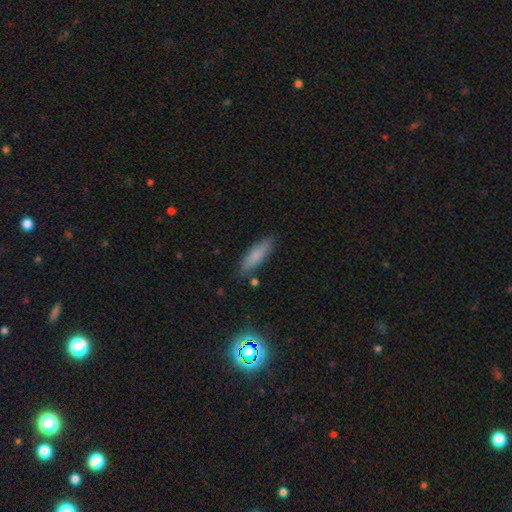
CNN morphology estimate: A smooth galaxy with no disk features (79%) that is cigar-shaped (57%).

Vote fractions:
- Smooth or featured? smooth: 79% / featured or disk: 12% / star or artifact: 9%
- How rounded? cigar-shaped: 57% / in between: 41% / round: 2%
- Merging? none: 83% / minor disturbance: 12% / merger: 3% / major disturbance: 3%